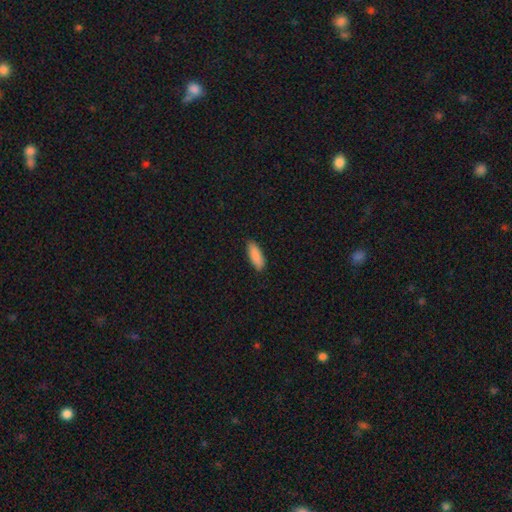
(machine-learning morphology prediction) smooth 90%, star or artifact 6%, featured or disk 4%. Down the decision tree: how rounded — in between (63%); merging — none (88%).